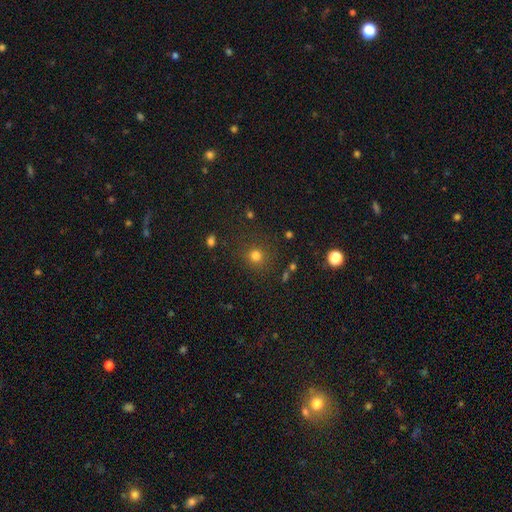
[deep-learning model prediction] The model was most divided on "smooth or featured": smooth: 77%, star or artifact: 17%, featured or disk: 6%. More confident: how rounded — round (90%); merging — none (84%).